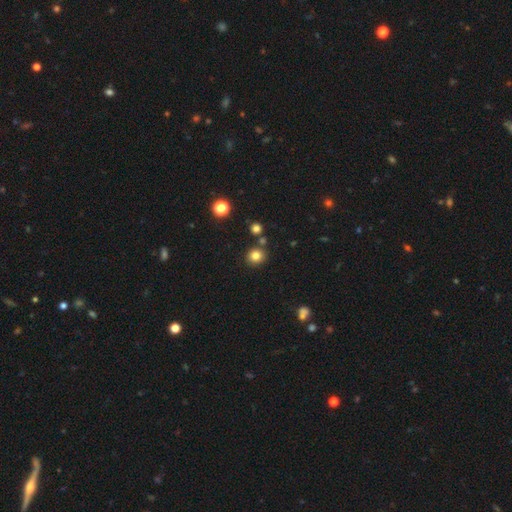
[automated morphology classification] This is clearly a smooth galaxy (81%). How rounded: clearly round (87%). Merging: clearly none (82%).